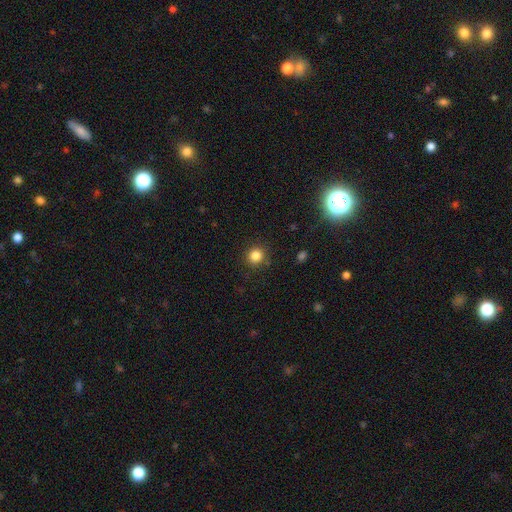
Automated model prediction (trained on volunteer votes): A smooth galaxy with no disk features (83%) that is round (92%).

Vote fractions:
- Smooth or featured? smooth: 83% / star or artifact: 12% / featured or disk: 5%
- How rounded? round: 92% / in between: 7% / cigar-shaped: 1%
- Merging? none: 88% / minor disturbance: 7% / major disturbance: 3% / merger: 2%